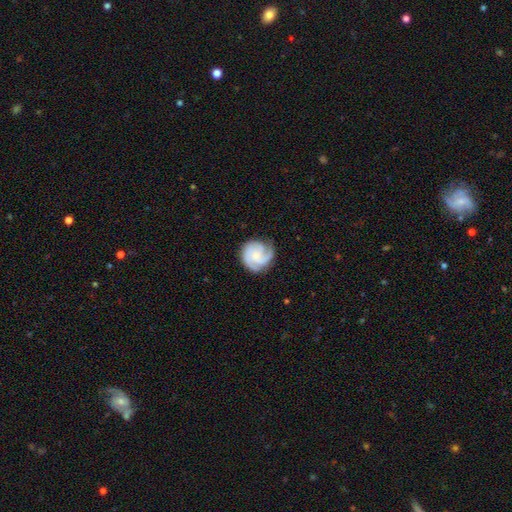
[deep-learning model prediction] Q: Smooth or featured?
A: featured or disk (85%); runner-up: smooth (10%)
Q: Edge-on disk?
A: no (98%); runner-up: yes (2%)
Q: Bar?
A: no (71%); runner-up: weak (25%)
Q: Spiral arms?
A: yes (98%); runner-up: no (2%)
Q: Spiral winding?
A: tight (58%); runner-up: medium (36%)
Q: Spiral arm count?
A: 3 (63%); runner-up: 2 (18%)
Q: Bulge size?
A: small (62%); runner-up: moderate (20%)
Q: Merging?
A: none (75%); runner-up: minor disturbance (18%)